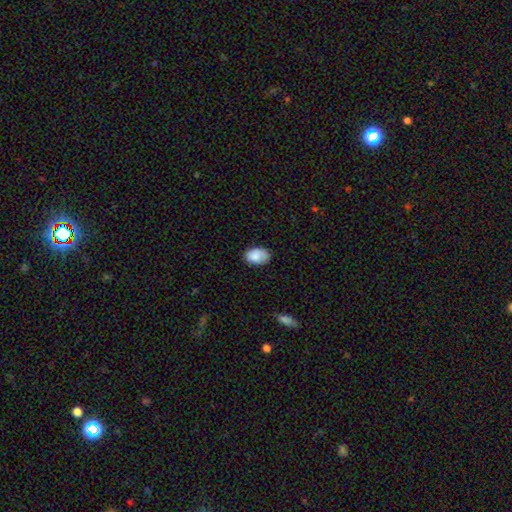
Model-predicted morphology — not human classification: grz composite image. It shows a smooth galaxy with no disk features (86%) that is in between round and cigar-shaped (86%). Merging: none (73%).